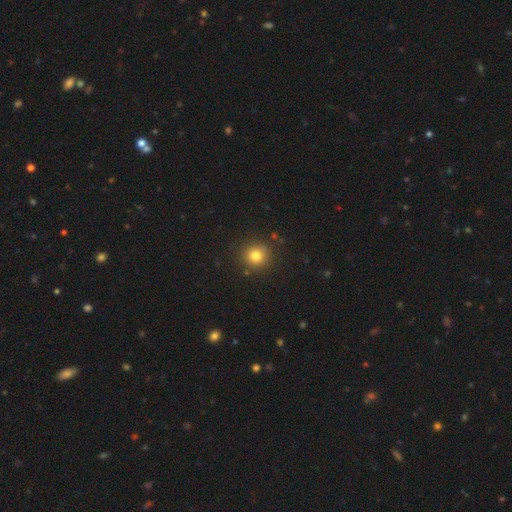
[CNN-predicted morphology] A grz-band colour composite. It shows a smooth galaxy with no disk features (81%) that is round (92%). Merging: none (88%).